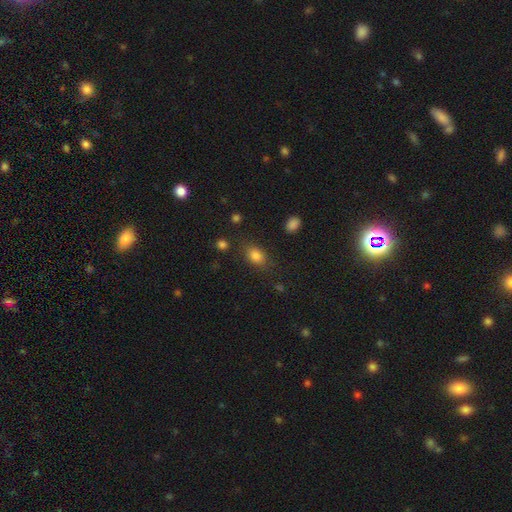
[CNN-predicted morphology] Overall: smooth (82%). How rounded: in between (75%). Merging: none (76%).